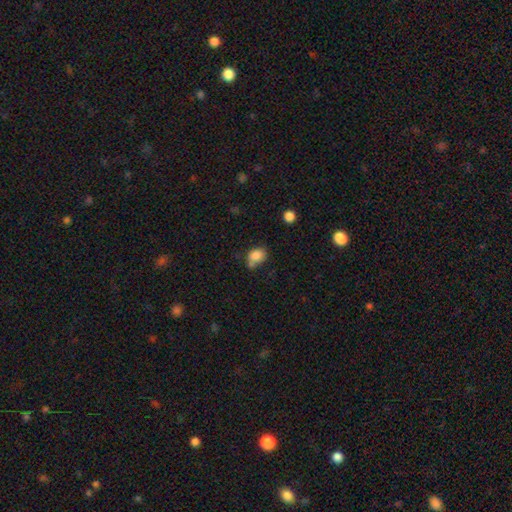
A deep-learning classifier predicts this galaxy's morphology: A smooth galaxy with no disk features (84%) that is in between round and cigar-shaped (60%).

Vote fractions:
- Smooth or featured? smooth: 84% / star or artifact: 10% / featured or disk: 6%
- How rounded? in between: 60% / round: 39% / cigar-shaped: 1%
- Merging? none: 51% / minor disturbance: 21% / merger: 21% / major disturbance: 7%